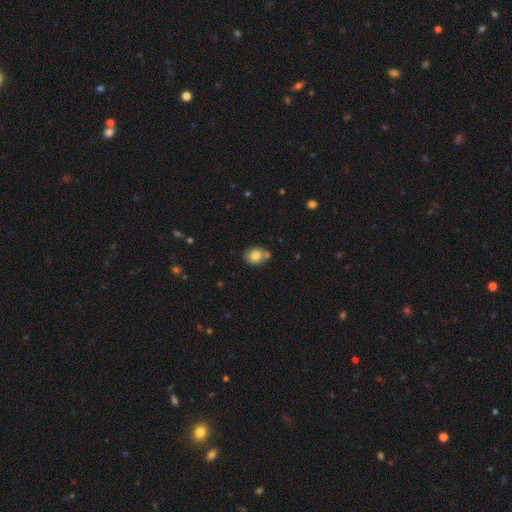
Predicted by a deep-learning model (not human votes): Smooth or featured? smooth (80%)
How rounded? round (55%)
Merging? none (63%)